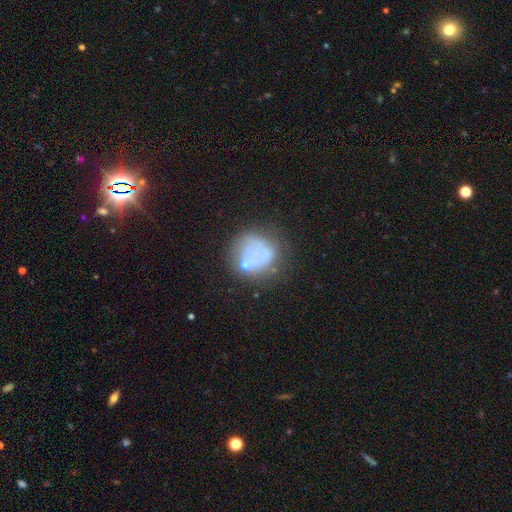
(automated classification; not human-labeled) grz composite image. It shows a smooth galaxy with no disk features (48%). Merging: none (54%).